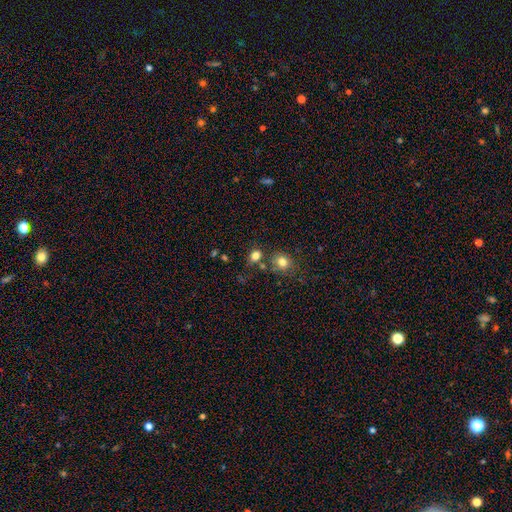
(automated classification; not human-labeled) Smooth or featured? Predicted: smooth (p=0.80). How rounded? Predicted: round (p=0.58). Merging? Predicted: none (p=0.63).